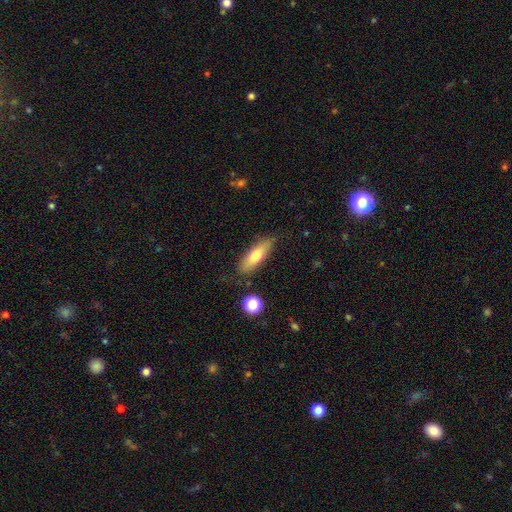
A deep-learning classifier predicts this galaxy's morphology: A smooth galaxy with no disk features (70%) that is cigar-shaped (51%). Merging: none (79%).